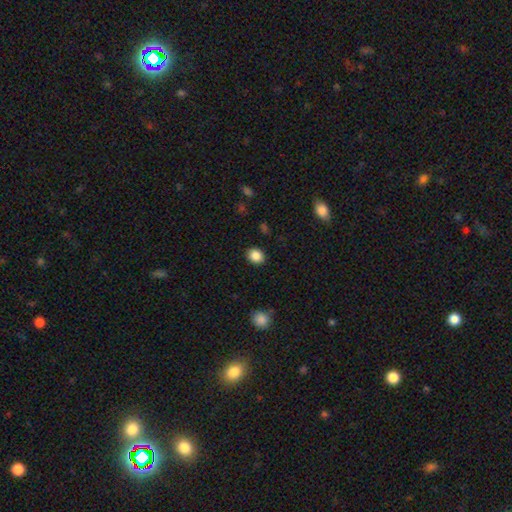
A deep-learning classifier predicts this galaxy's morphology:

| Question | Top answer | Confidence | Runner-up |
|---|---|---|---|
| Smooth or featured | smooth | 86% | star or artifact (10%) |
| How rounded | round | 62% | in between (37%) |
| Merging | none | 89% | minor disturbance (7%) |